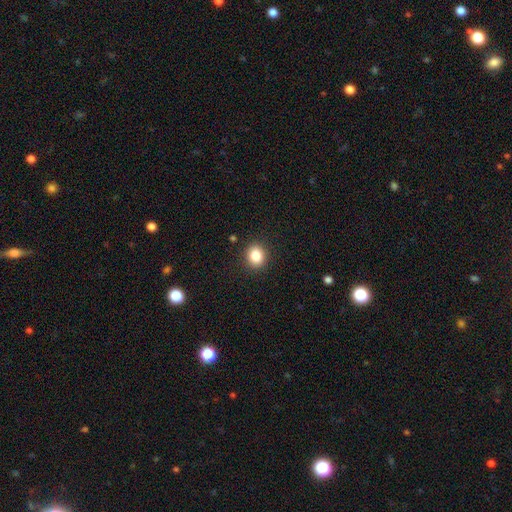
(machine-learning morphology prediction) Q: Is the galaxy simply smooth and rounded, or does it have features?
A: smooth — 85%.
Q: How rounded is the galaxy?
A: round — 71%.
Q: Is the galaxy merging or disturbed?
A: none — 90%.